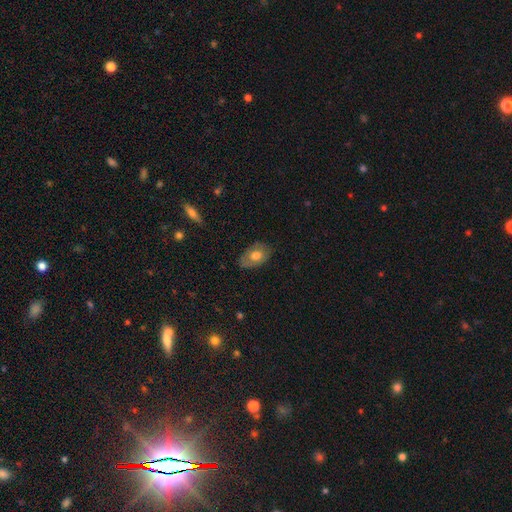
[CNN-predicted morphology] Smooth or featured?
  - smooth: 68% *
  - featured or disk: 25%
  - star or artifact: 7%
How rounded?
  - in between: 89% *
  - round: 10%
  - cigar-shaped: 1%
Merging?
  - none: 76% *
  - minor disturbance: 19%
  - major disturbance: 4%
  - merger: 1%